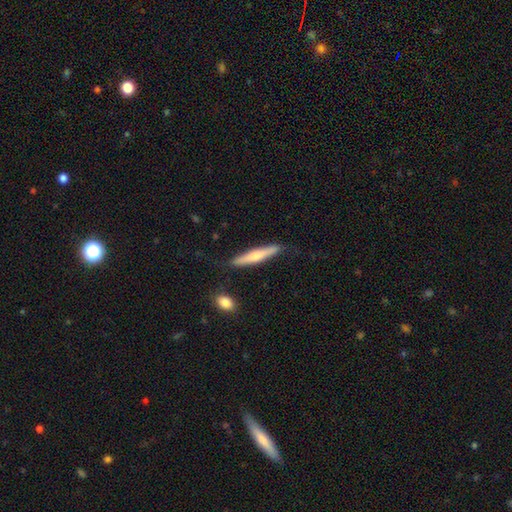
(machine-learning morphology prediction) This appears to be a smooth galaxy with no disk features (55%) that is cigar-shaped (92%). Merging: none (84%).